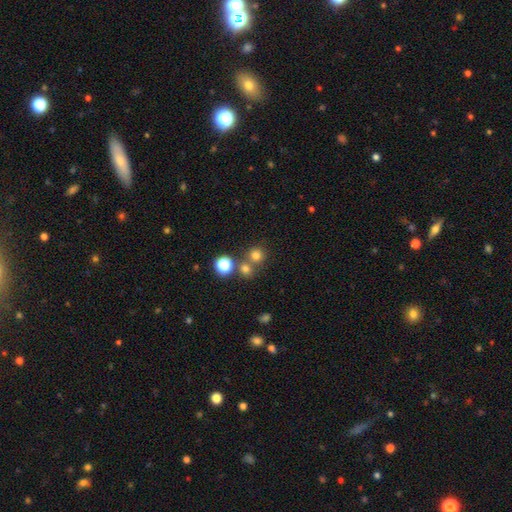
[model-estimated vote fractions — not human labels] The model was most divided on "merging": none: 66%, merger: 24%, minor disturbance: 7%, major disturbance: 3%. More confident: how rounded — round (91%); smooth or featured — smooth (72%).